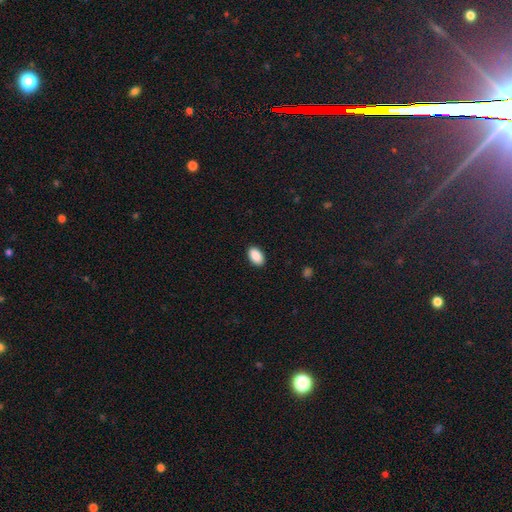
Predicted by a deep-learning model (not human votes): Smooth or featured? Predicted: smooth (p=0.90). How rounded? Predicted: in between (p=0.94). Merging? Predicted: none (p=0.90).